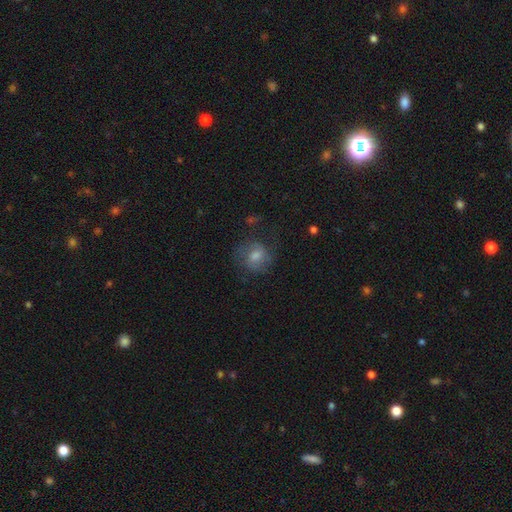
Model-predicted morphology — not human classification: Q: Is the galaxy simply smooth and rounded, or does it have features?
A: smooth — 43%.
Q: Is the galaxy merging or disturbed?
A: none — 68%.